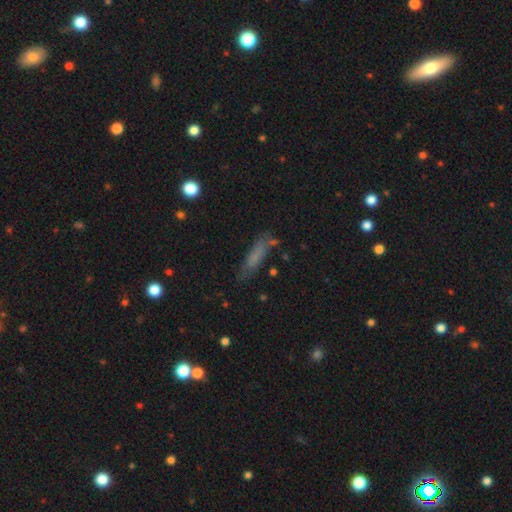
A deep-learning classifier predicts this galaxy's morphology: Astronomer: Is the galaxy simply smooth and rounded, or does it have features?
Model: smooth — 67%.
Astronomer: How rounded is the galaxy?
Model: cigar-shaped — 72%.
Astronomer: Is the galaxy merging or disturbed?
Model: none — 69%.